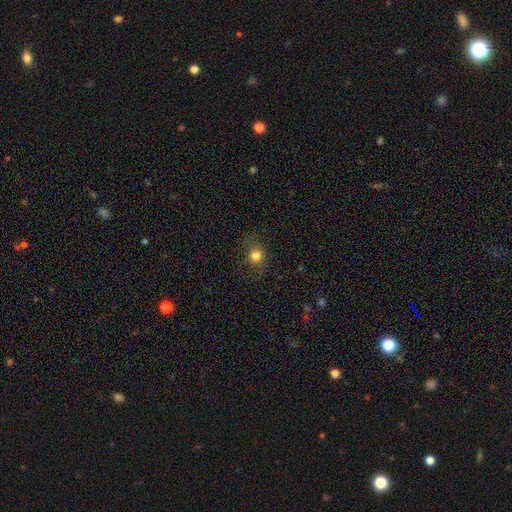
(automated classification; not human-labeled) Smooth or featured? Predicted: smooth (p=0.79). How rounded? Predicted: round (p=0.84). Merging? Predicted: none (p=0.81).